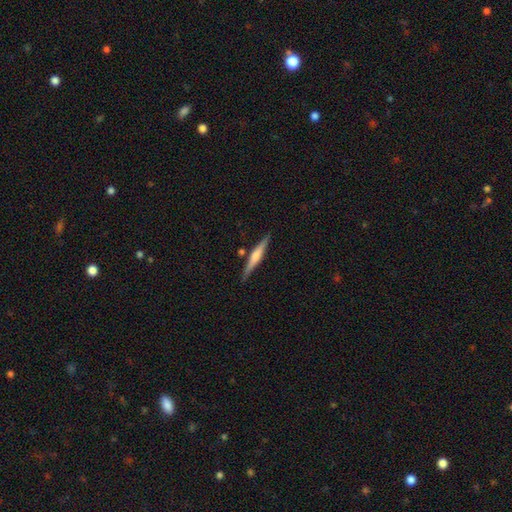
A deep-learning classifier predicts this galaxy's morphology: Smooth or featured? Predicted: featured or disk (p=0.59). Edge-on disk? Predicted: yes (p=0.97). Edge-on bulge? Predicted: rounded (p=0.65). Merging? Predicted: none (p=0.86).